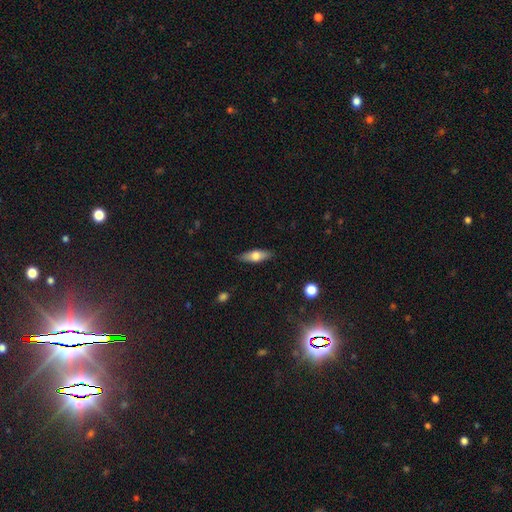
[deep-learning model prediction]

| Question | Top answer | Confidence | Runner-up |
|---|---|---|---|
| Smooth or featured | smooth | 60% | featured or disk (34%) |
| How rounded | in between | 56% | cigar-shaped (41%) |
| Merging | none | 86% | minor disturbance (10%) |